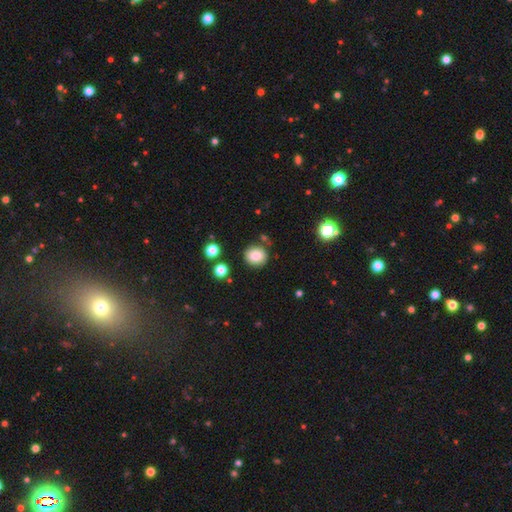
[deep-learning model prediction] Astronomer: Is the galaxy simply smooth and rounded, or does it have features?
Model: smooth — 84%.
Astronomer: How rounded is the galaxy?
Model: round — 81%.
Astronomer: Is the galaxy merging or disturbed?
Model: none — 83%.